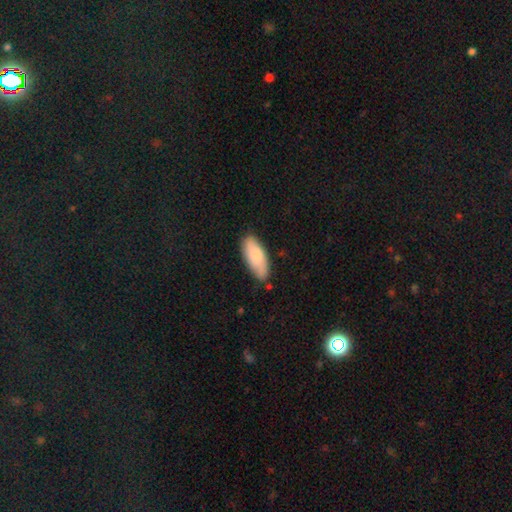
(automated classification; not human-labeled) The model was most divided on "merging": none: 75%, minor disturbance: 20%, major disturbance: 3%, merger: 2%. More confident: smooth or featured — smooth (80%); how rounded — in between (79%).